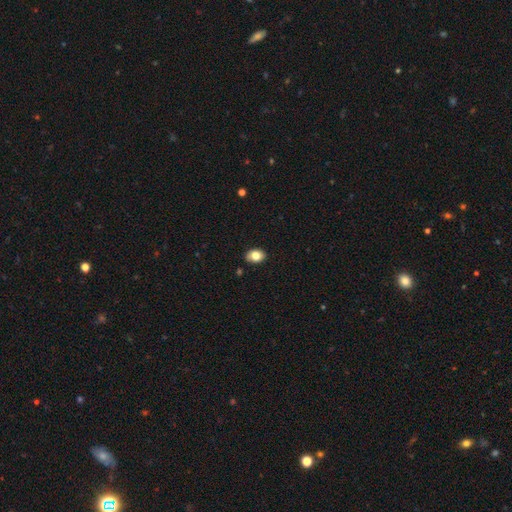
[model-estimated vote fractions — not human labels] A smooth galaxy with no disk features (81%) that is in between round and cigar-shaped (76%).

Vote fractions:
- Smooth or featured? smooth: 81% / featured or disk: 11% / star or artifact: 9%
- How rounded? in between: 76% / round: 23% / cigar-shaped: 1%
- Merging? none: 86% / minor disturbance: 11% / major disturbance: 2% / merger: 1%